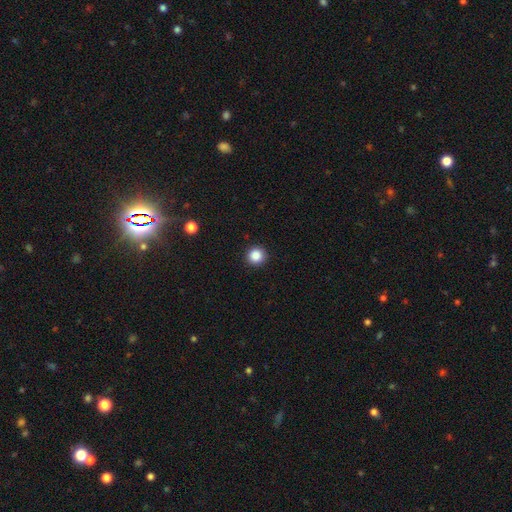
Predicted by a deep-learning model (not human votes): This is clearly a smooth galaxy (86%). How rounded: clearly round (96%). Merging: clearly none (93%).